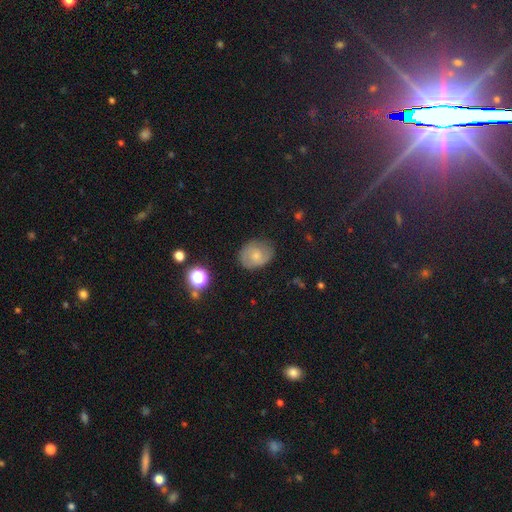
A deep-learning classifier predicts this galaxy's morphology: smooth-or-featured: smooth: 48% | featured or disk: 42% | star or artifact: 10%
  merging: none: 73% | minor disturbance: 20% | major disturbance: 6% | merger: 1%